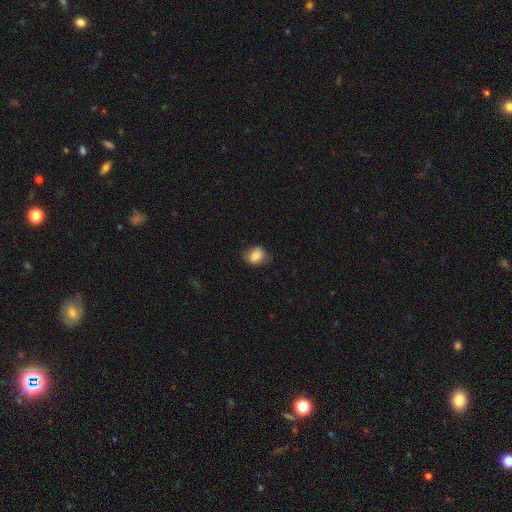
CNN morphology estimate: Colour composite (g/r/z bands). It shows a smooth galaxy with no disk features (82%) that is in between round and cigar-shaped (53%). Merging: none (69%).